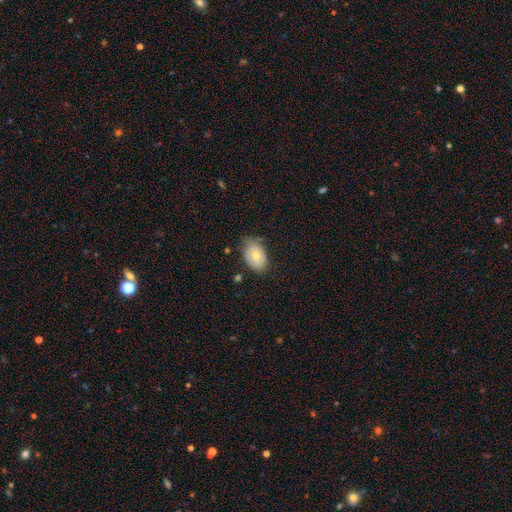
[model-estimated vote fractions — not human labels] Smooth or featured? smooth (71%)
How rounded? in between (84%)
Merging? none (66%)